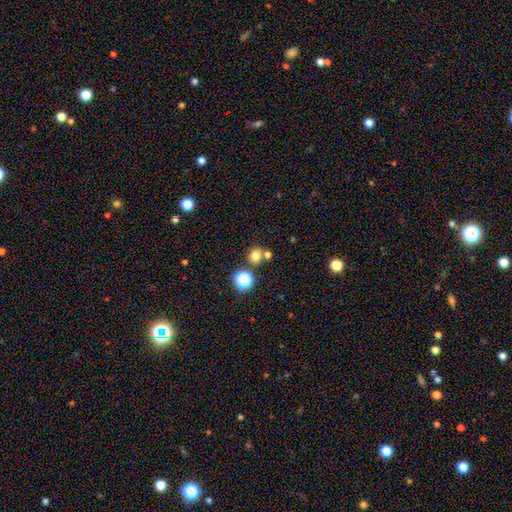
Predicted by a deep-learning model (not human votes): Morphology: type=smooth (73%); roundness=round (89%); merging=none (65%).